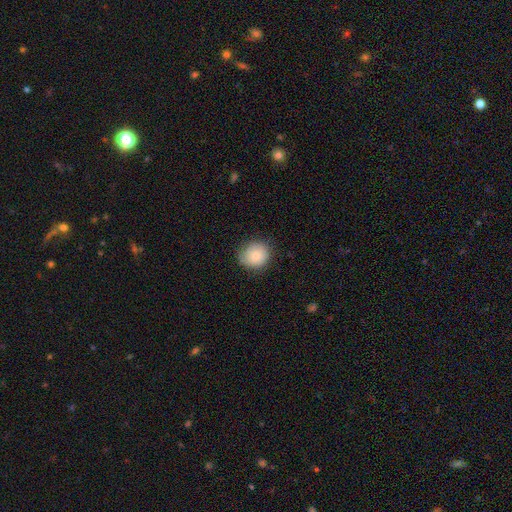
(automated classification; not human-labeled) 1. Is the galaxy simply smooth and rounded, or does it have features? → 81% smooth, 12% featured or disk, 8% star or artifact.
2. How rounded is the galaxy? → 81% round, 18% in between, 1% cigar-shaped.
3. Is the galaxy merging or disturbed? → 77% none, 18% minor disturbance, 4% major disturbance, 1% merger.